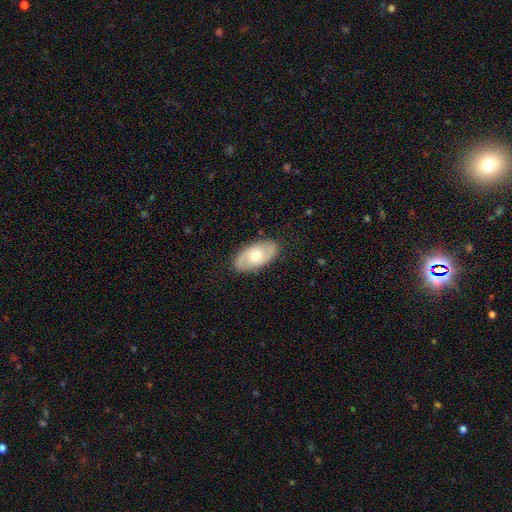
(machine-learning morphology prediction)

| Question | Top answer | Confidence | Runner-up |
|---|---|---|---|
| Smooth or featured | featured or disk | 52% | smooth (43%) |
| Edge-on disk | no | 90% | yes (10%) |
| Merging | none | 86% | minor disturbance (11%) |